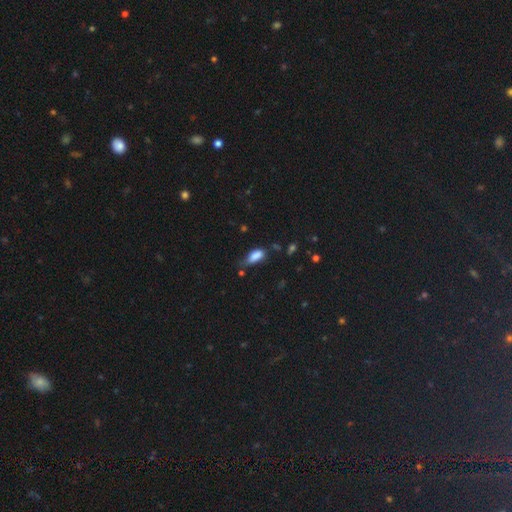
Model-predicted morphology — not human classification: Smooth or featured? Predicted: smooth (p=0.84). How rounded? Predicted: in between (p=0.85). Merging? Predicted: none (p=0.45).